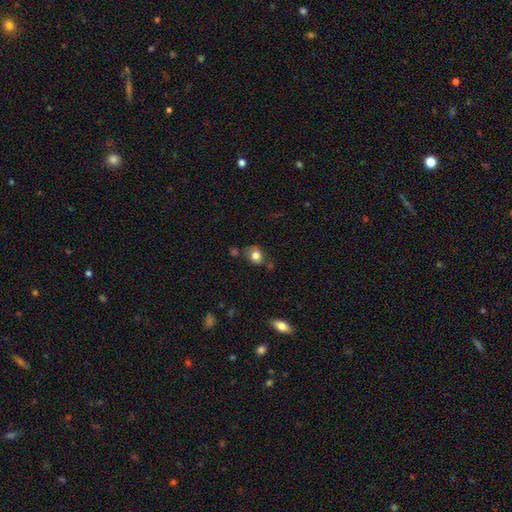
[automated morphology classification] smooth 80%, star or artifact 10%, featured or disk 10%. Down the decision tree: how rounded — round (62%); merging — none (63%).